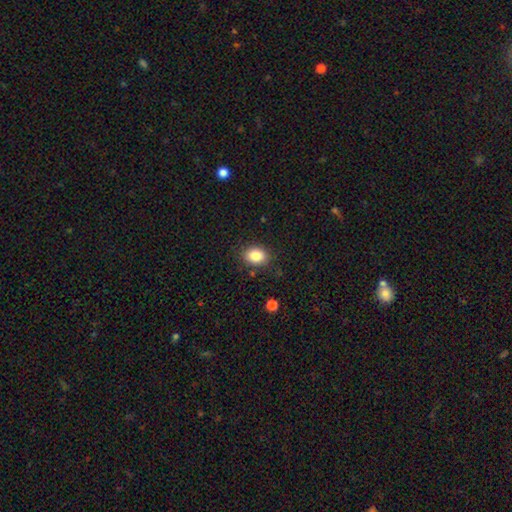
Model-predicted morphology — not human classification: smooth_or_featured: smooth (p=0.85) [alt: star or artifact p=0.09]
how_rounded: in between (p=0.64) [alt: round p=0.35]
merging: none (p=0.85) [alt: minor disturbance p=0.11]